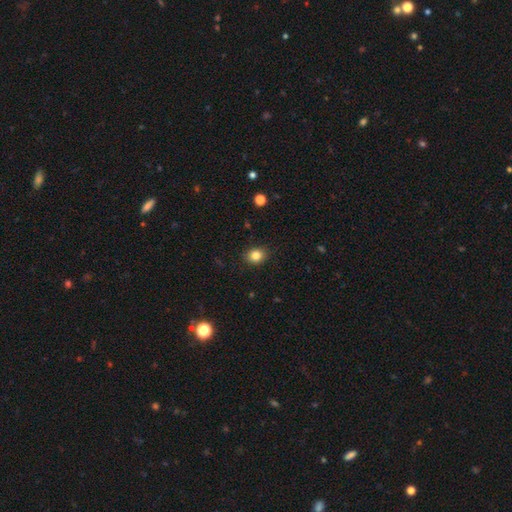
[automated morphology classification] Smooth or featured? smooth (83%)
How rounded? round (60%)
Merging? none (89%)